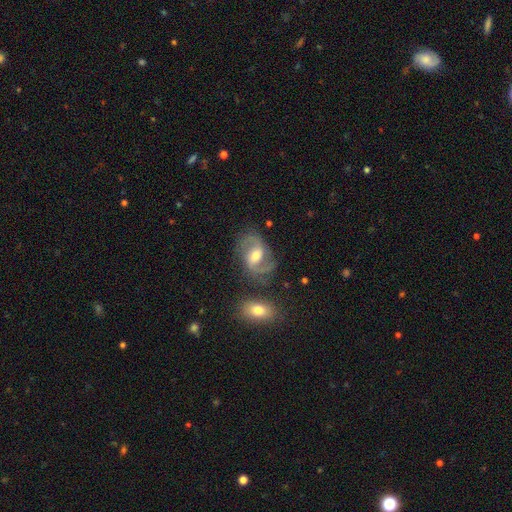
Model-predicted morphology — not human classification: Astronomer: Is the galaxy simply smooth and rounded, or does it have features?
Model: featured or disk — 81%.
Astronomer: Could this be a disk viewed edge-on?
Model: no — 97%.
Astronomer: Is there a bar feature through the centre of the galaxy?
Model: weak — 50% (runner-up: strong, 27%).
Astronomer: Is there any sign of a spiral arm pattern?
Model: yes — 94%.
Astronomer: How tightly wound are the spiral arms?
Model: medium — 50% (runner-up: loose, 39%).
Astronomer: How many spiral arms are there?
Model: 2 — 90%.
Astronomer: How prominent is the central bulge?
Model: moderate — 65%.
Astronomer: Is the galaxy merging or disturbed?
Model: none — 68%.